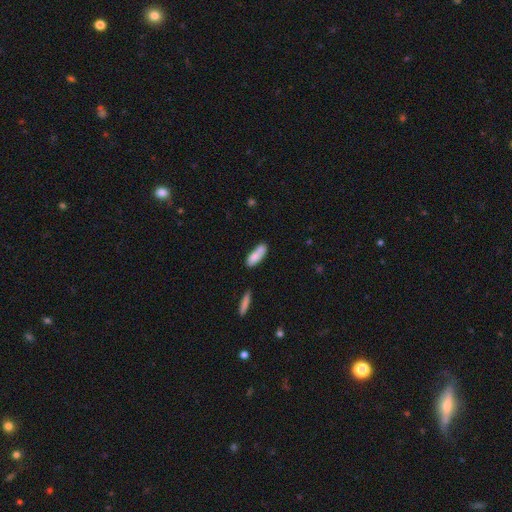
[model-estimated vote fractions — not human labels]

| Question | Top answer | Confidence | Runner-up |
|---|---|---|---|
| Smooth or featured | smooth | 82% | featured or disk (11%) |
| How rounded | in between | 57% | cigar-shaped (42%) |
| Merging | none | 61% | minor disturbance (22%) |